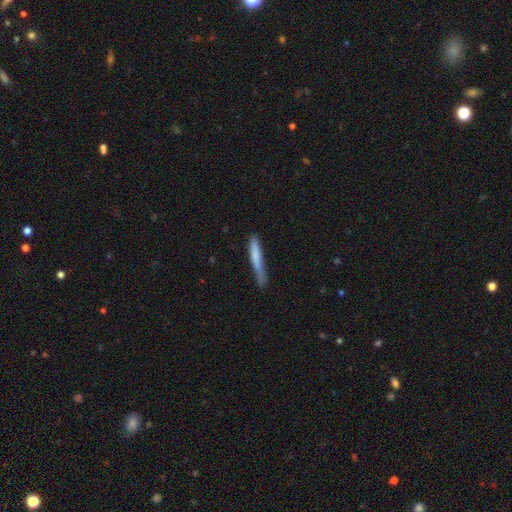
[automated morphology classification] Overall: smooth (72%). How rounded: cigar-shaped (94%). Merging: none (56%; minor disturbance 30%).